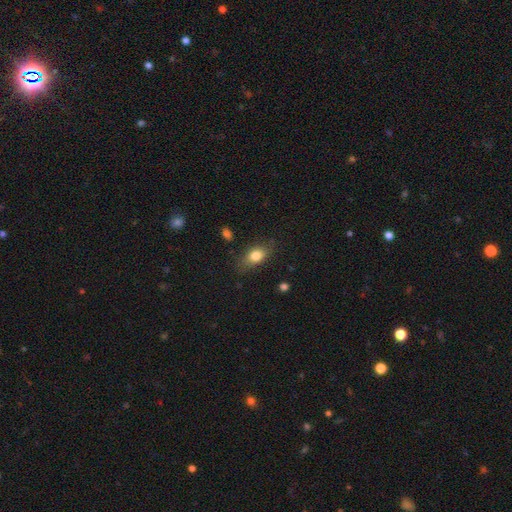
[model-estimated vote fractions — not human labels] A smooth galaxy with no disk features (80%) that is in between round and cigar-shaped (81%). Merging: none (77%).